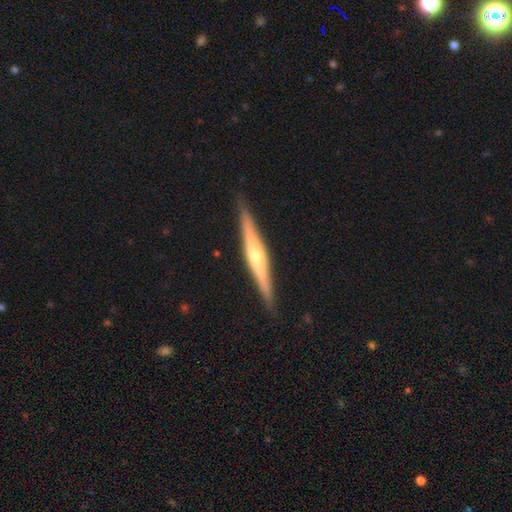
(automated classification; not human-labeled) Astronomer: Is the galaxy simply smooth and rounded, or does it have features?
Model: featured or disk — 79%.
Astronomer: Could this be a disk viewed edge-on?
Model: yes — 98%.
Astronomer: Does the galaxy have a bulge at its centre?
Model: rounded — 82%.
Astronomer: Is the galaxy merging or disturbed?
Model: none — 91%.